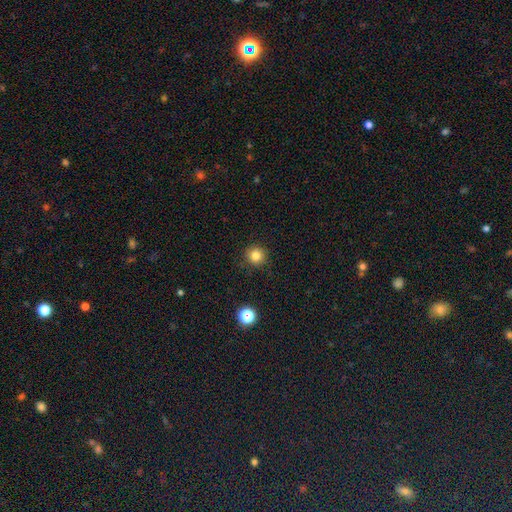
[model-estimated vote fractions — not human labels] Overall: smooth (82%). How rounded: round (94%). Merging: none (90%).